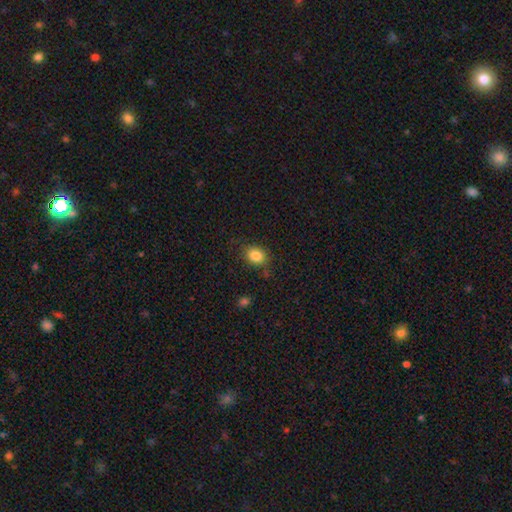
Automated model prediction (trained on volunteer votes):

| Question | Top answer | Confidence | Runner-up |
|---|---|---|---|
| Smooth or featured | smooth | 85% | star or artifact (10%) |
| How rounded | in between | 59% | round (40%) |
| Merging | none | 81% | minor disturbance (13%) |